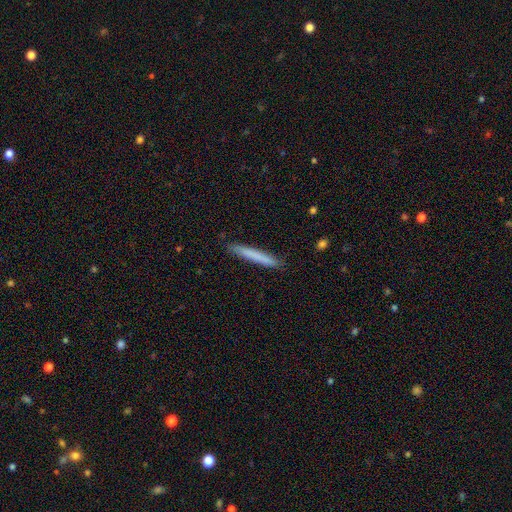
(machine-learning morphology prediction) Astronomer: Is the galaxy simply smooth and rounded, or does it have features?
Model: smooth — 74%.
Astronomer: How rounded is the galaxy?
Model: cigar-shaped — 97%.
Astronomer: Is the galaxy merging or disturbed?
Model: none — 89%.